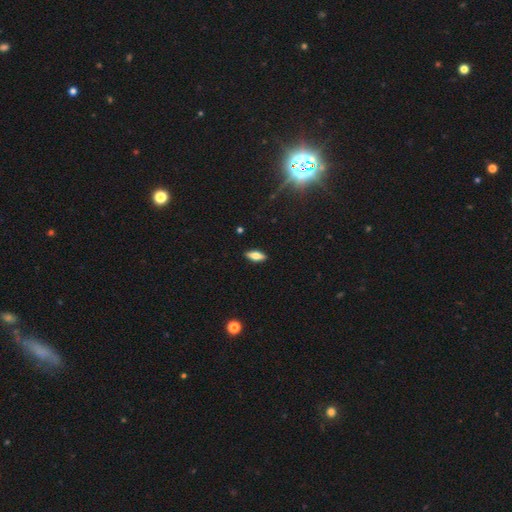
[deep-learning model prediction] This is possibly a smooth galaxy (60%). How rounded: likely in between (68%). Merging: clearly none (89%).